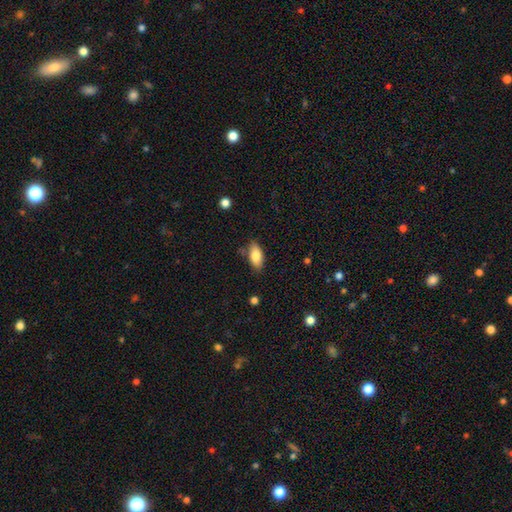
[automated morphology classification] smooth 83%, featured or disk 10%, star or artifact 7%. Down the decision tree: how rounded — in between (89%); merging — none (78%).